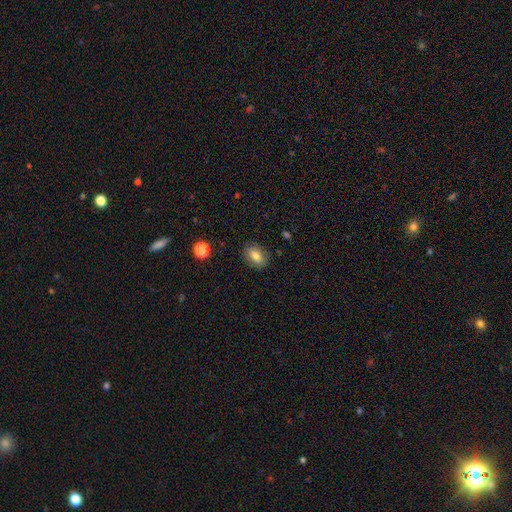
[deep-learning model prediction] This is likely a smooth galaxy (79%). How rounded: likely in between (79%). Merging: clearly none (85%).